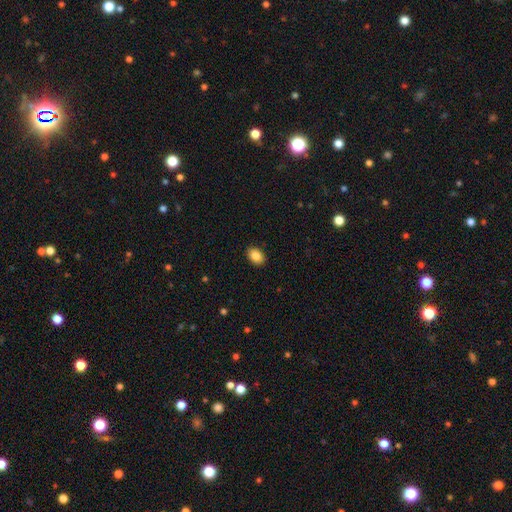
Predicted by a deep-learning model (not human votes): Overall: smooth (87%). How rounded: in between (81%). Merging: none (90%).